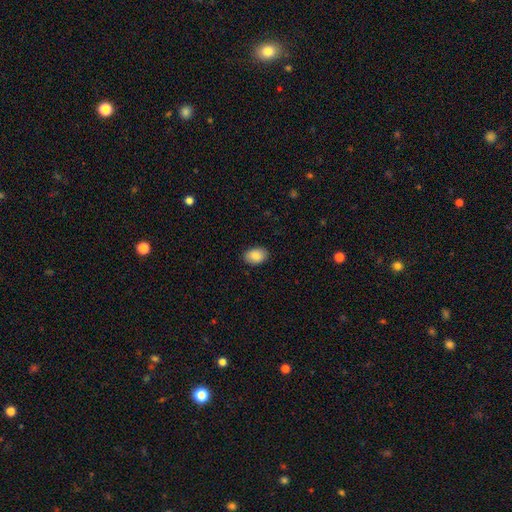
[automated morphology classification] A smooth galaxy with no disk features (85%) that is in between round and cigar-shaped (82%). Merging: none (89%).